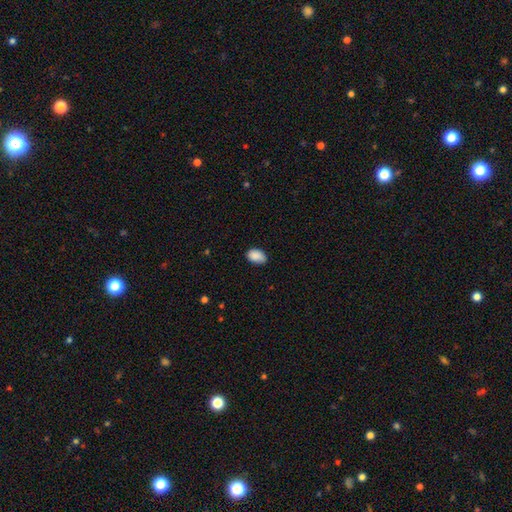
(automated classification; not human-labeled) A smooth galaxy with no disk features (89%) that is in between round and cigar-shaped (87%).

Vote fractions:
- Smooth or featured? smooth: 89% / star or artifact: 7% / featured or disk: 4%
- How rounded? in between: 87% / round: 12% / cigar-shaped: 1%
- Merging? none: 74% / minor disturbance: 21% / major disturbance: 3% / merger: 1%